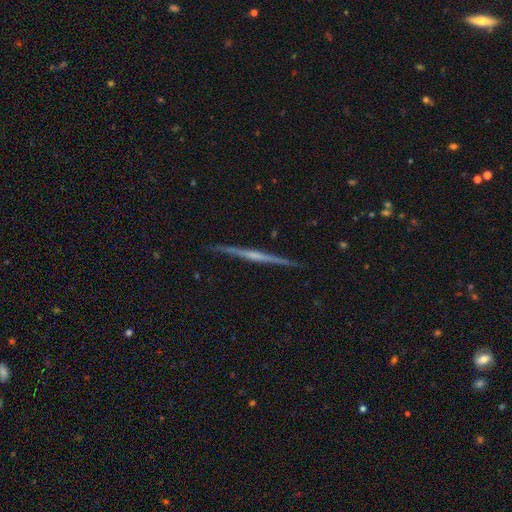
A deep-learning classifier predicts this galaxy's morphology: The model was most divided on "edge-on bulge": rounded: 45%, none: 43%, boxy: 12%. More confident: edge-on disk — yes (99%); merging — none (92%); smooth or featured — featured or disk (78%).